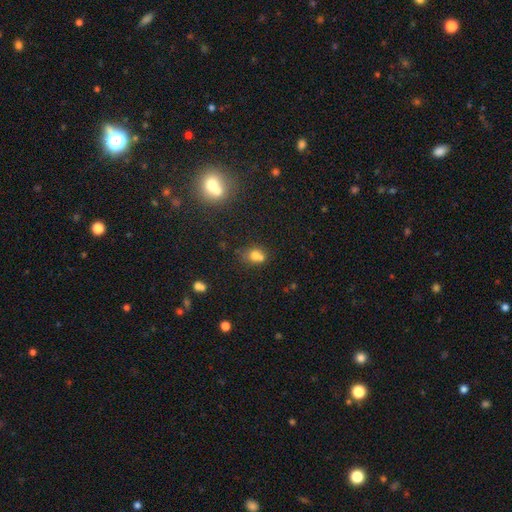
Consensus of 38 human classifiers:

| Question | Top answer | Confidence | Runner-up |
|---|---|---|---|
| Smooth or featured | smooth | 84% | featured or disk (8%) |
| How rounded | round | 66% | in between (31%) |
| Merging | merger | 66% | none (26%) |